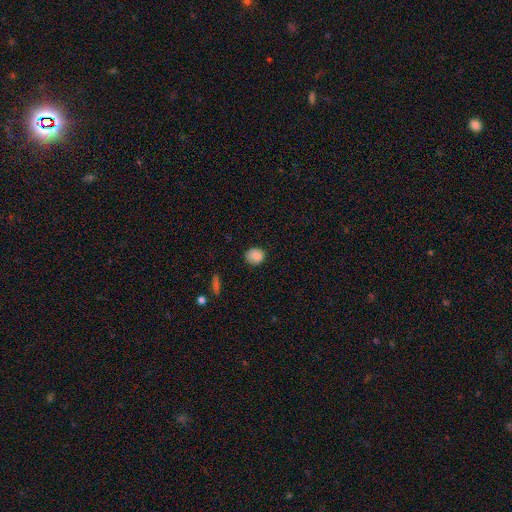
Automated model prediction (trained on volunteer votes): This is clearly a smooth galaxy (86%). How rounded: clearly round (82%). Merging: clearly none (81%).